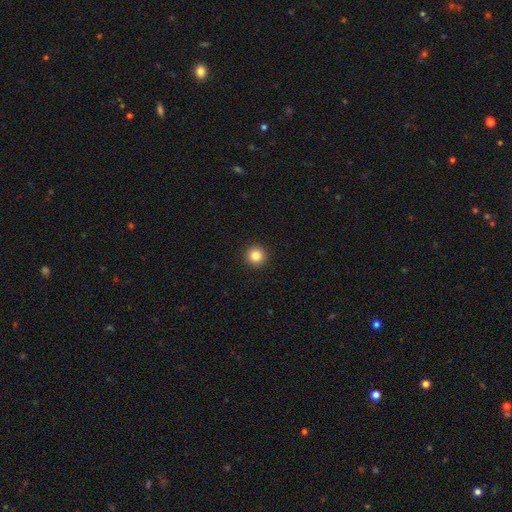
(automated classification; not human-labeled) smooth-or-featured: smooth: 84% | star or artifact: 11% | featured or disk: 5%
  how-rounded: round: 96% | in between: 3% | cigar-shaped: 1%
  merging: none: 94% | minor disturbance: 4% | major disturbance: 1% | merger: 1%